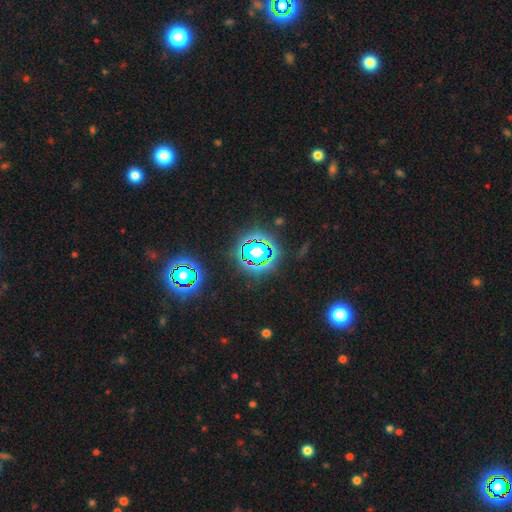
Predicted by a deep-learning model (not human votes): A star or artifact, not a galaxy (82%).